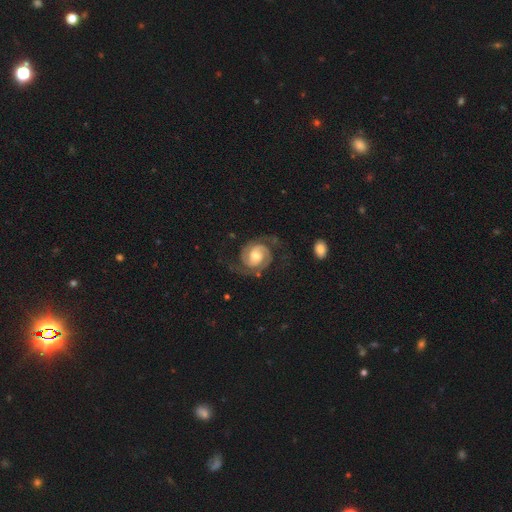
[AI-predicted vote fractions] Morphology: type=featured or disk (90%); edge-on=no (98%); bar=no (44%); spiral arms=yes (98%); winding=tight (50%); arm count=2 (90%); bulge=moderate (65%); merging=none (72%).